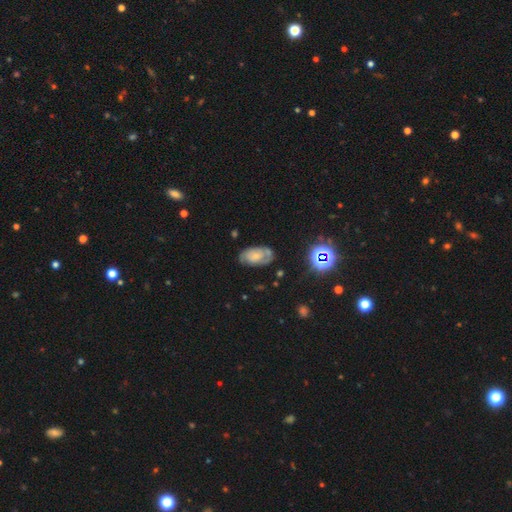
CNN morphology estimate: Overall: featured or disk (56%; smooth 34%). Edge-on disk: no (95%). Bar: no (74%). Spiral arms: yes (76%). Bulge size: small (48%; moderate 26%). Merging: none (62%; minor disturbance 24%).